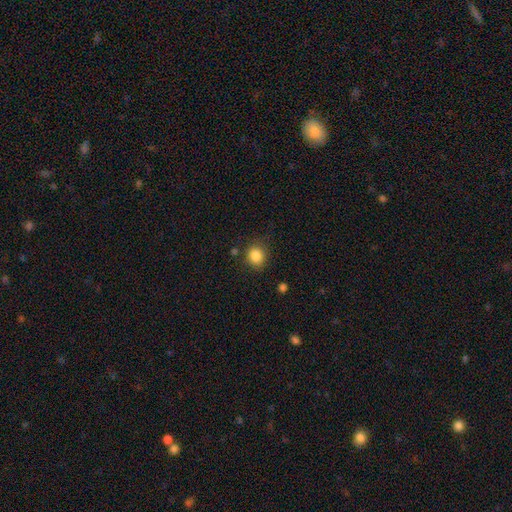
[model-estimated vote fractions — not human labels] Overall: smooth (85%). How rounded: round (78%). Merging: none (81%).